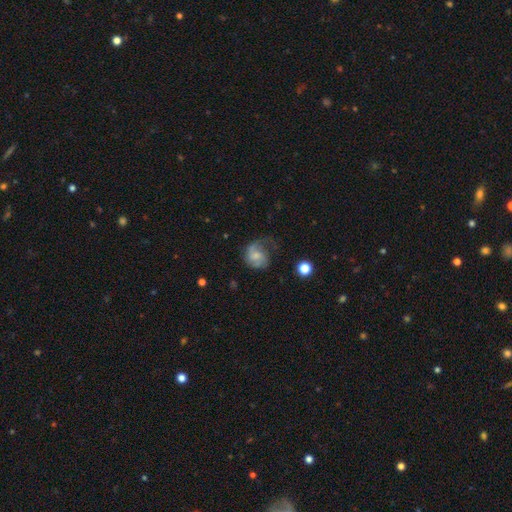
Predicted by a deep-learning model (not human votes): The model was most divided on "merging": none: 36%, major disturbance: 35%, minor disturbance: 26%, merger: 3%. Remaining: smooth or featured — featured or disk (49%).